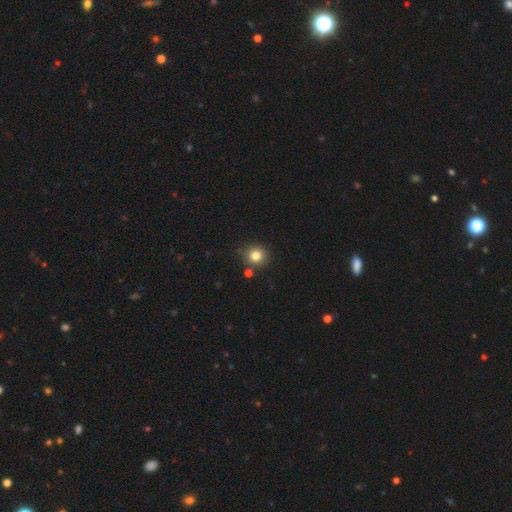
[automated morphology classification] This appears to be a smooth galaxy with no disk features (82%) that is round (88%). Merging: none (83%).